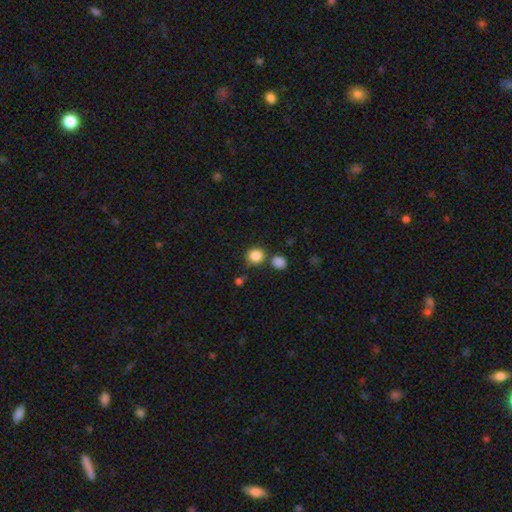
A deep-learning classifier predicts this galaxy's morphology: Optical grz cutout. It shows a smooth galaxy with no disk features (85%) that is round (84%). Merging: none (72%).